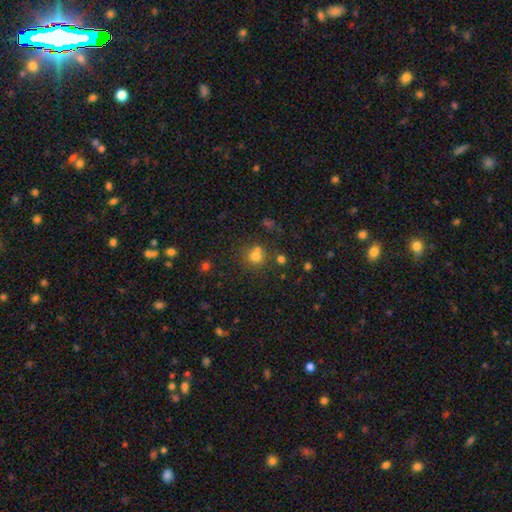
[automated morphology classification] A smooth galaxy with no disk features (73%) that is round (84%).

Vote fractions:
- Smooth or featured? smooth: 73% / star or artifact: 18% / featured or disk: 10%
- How rounded? round: 84% / in between: 15% / cigar-shaped: 1%
- Merging? none: 58% / merger: 26% / minor disturbance: 11% / major disturbance: 5%